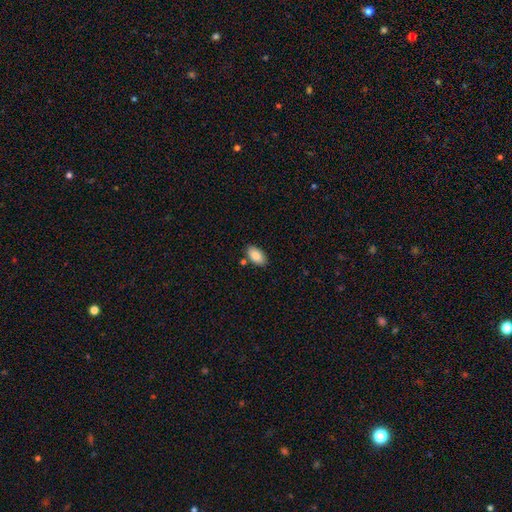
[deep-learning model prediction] smooth-or-featured: smooth: 88% | star or artifact: 7% | featured or disk: 5%
  how-rounded: in between: 94% | round: 3% | cigar-shaped: 2%
  merging: none: 82% | minor disturbance: 11% | merger: 5% | major disturbance: 2%